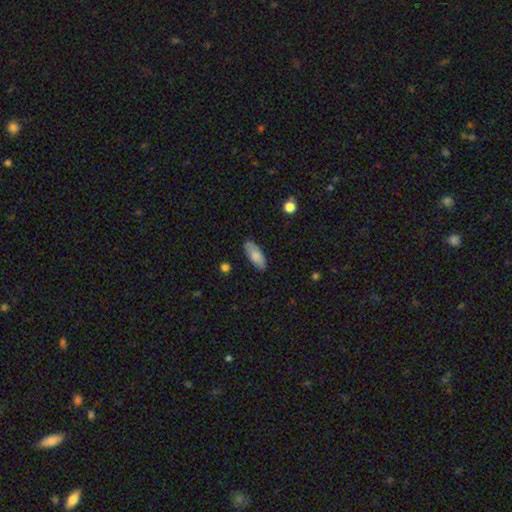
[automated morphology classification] smooth-or-featured: smooth: 80% | featured or disk: 14% | star or artifact: 6%
  how-rounded: in between: 83% | cigar-shaped: 15% | round: 2%
  merging: none: 82% | minor disturbance: 14% | major disturbance: 2% | merger: 1%